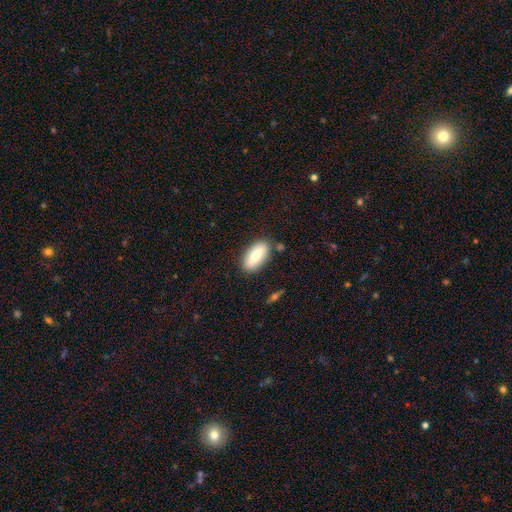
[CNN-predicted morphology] Overall: smooth (68%). How rounded: in between (86%). Merging: none (84%).